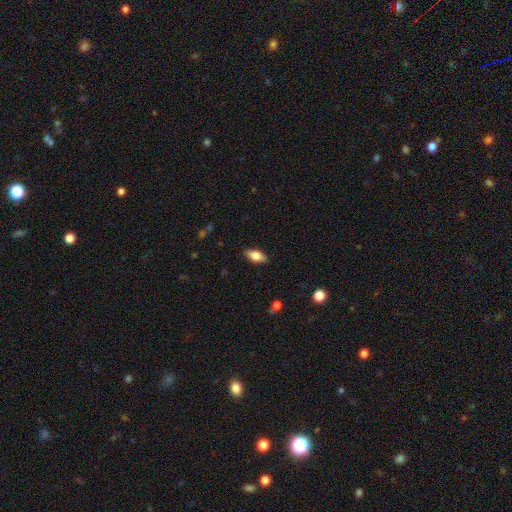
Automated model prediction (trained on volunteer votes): smooth-or-featured: smooth: 77% | featured or disk: 16% | star or artifact: 7%
  how-rounded: in between: 87% | cigar-shaped: 10% | round: 3%
  merging: none: 87% | minor disturbance: 10% | major disturbance: 2% | merger: 1%